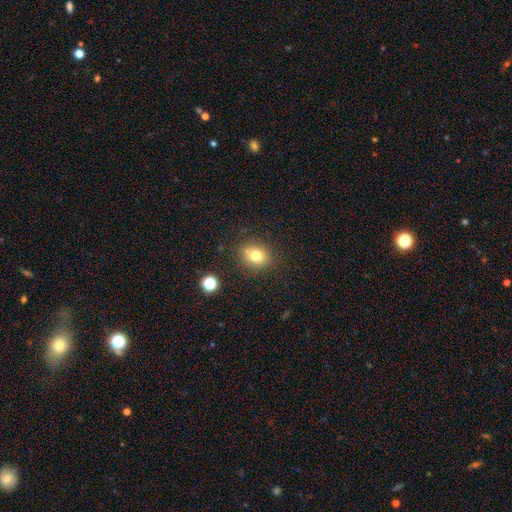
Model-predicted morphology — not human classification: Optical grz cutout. It shows a smooth galaxy with no disk features (77%) that is round (54%). Merging: none (80%).